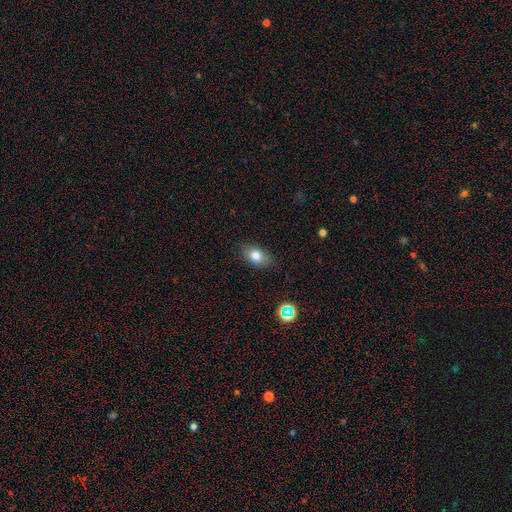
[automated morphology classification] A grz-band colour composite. It shows a smooth galaxy with no disk features (79%) that is in between round and cigar-shaped (85%). Merging: none (82%).